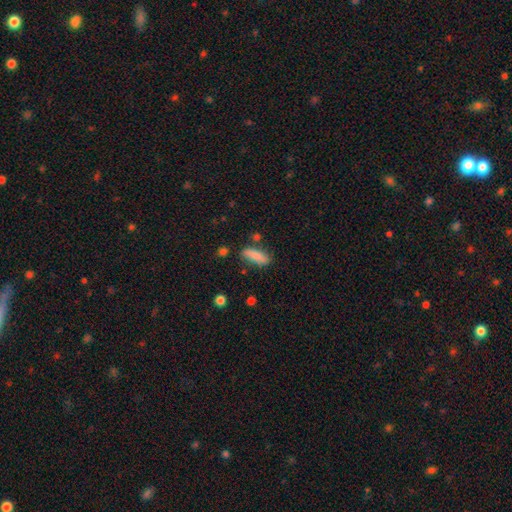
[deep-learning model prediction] This appears to be a smooth galaxy with no disk features (79%) that is in between round and cigar-shaped (52%). Merging: none (72%).